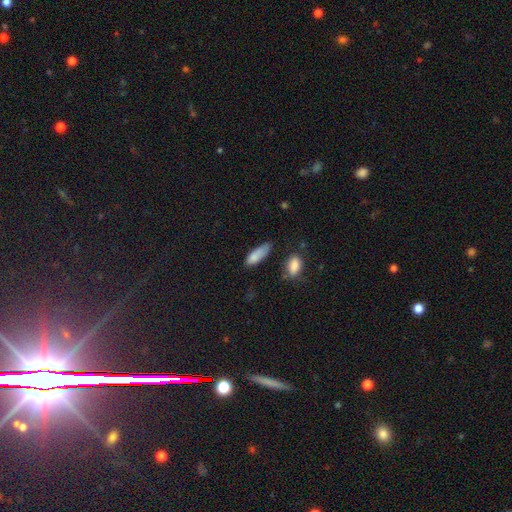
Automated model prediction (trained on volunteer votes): smooth-or-featured: smooth: 84% | featured or disk: 8% | star or artifact: 8%
  how-rounded: in between: 64% | cigar-shaped: 34% | round: 2%
  merging: none: 47% | minor disturbance: 37% | major disturbance: 11% | merger: 5%